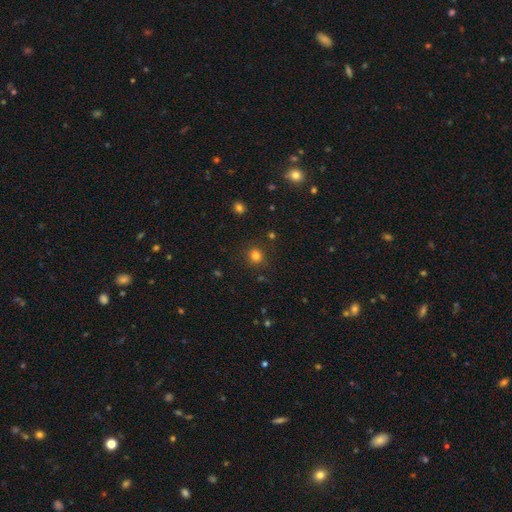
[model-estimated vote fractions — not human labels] This is clearly a smooth galaxy (80%). How rounded: clearly round (88%). Merging: clearly none (86%).